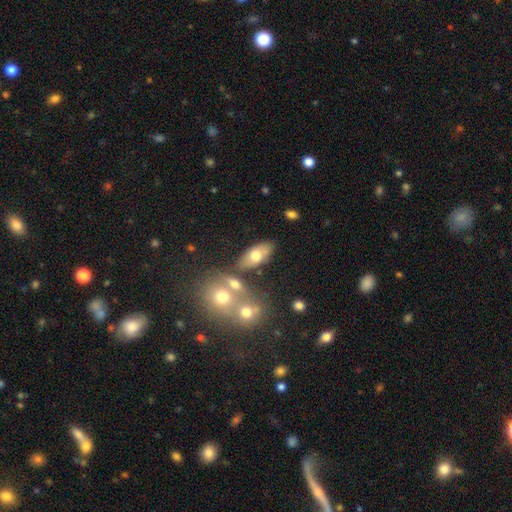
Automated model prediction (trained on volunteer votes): This is likely a smooth galaxy (67%). How rounded: clearly in between (86%). Merging: likely none (70%).